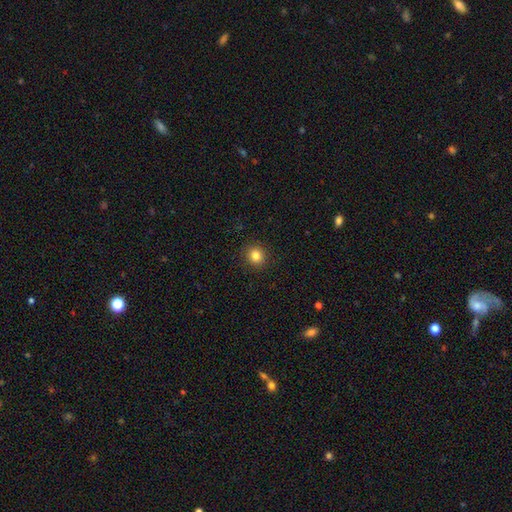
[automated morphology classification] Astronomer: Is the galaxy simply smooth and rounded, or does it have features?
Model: smooth — 83%.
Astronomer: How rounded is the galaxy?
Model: round — 87%.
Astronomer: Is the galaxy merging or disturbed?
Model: none — 92%.